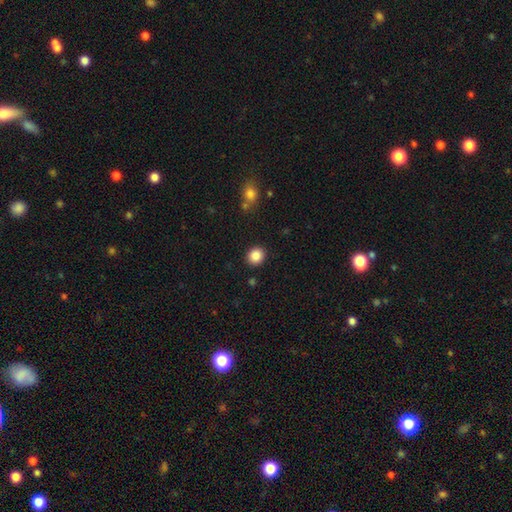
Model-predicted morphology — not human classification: Q: Smooth or featured?
A: smooth (86%); runner-up: star or artifact (9%)
Q: How rounded?
A: round (81%); runner-up: in between (18%)
Q: Merging?
A: none (90%); runner-up: minor disturbance (6%)